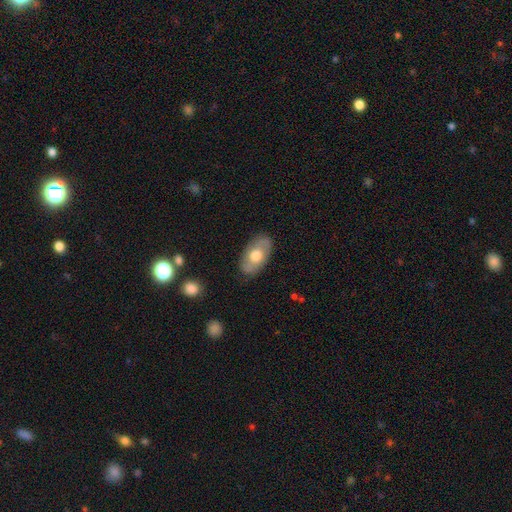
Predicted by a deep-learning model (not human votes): The model was most divided on "smooth or featured": smooth: 48%, featured or disk: 47%, star or artifact: 5%. More confident: merging — none (81%).